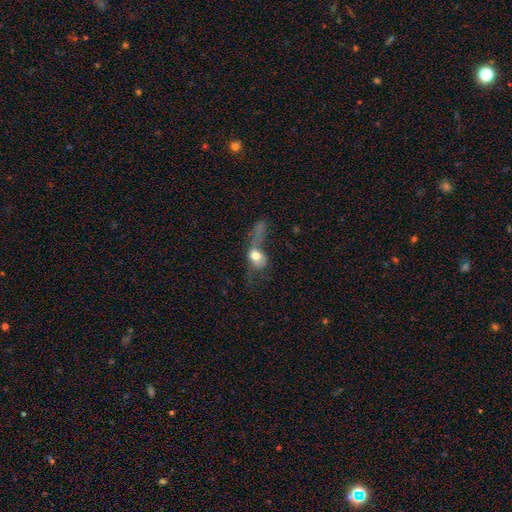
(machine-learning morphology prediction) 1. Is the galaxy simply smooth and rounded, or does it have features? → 62% smooth, 28% featured or disk, 10% star or artifact.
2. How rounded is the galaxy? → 59% in between, 35% round, 6% cigar-shaped.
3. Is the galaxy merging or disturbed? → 56% major disturbance, 17% merger, 15% none, 13% minor disturbance.